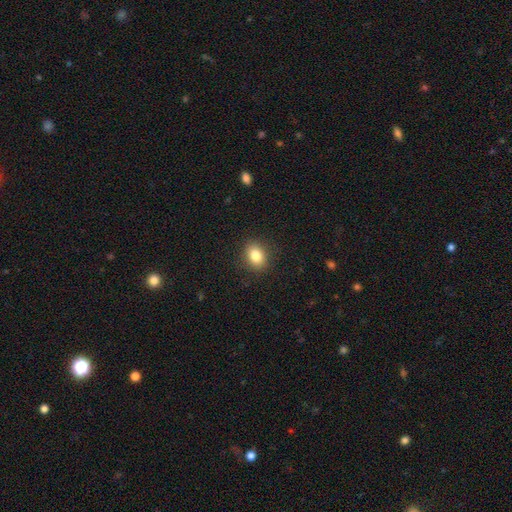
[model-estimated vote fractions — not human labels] Q: Smooth or featured?
A: smooth (83%); runner-up: star or artifact (10%)
Q: How rounded?
A: in between (56%); runner-up: round (43%)
Q: Merging?
A: none (89%); runner-up: minor disturbance (8%)